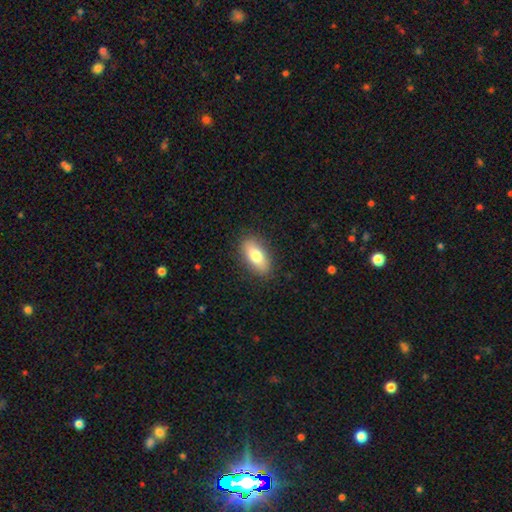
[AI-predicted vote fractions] Smooth or featured? smooth (76%)
How rounded? in between (85%)
Merging? none (87%)